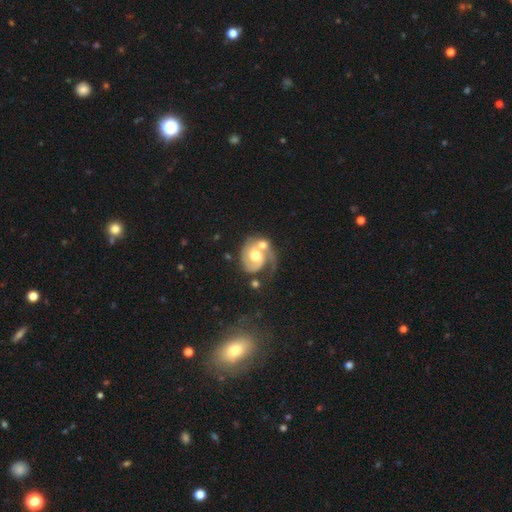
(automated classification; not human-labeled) Smooth or featured? featured or disk (79%)
Edge-on disk? no (98%)
Bar? no (61%)
Spiral arms? yes (91%)
Spiral winding? tight (47%)
Spiral arm count? 1 (52%)
Bulge size? moderate (71%)
Merging? merger (35%)